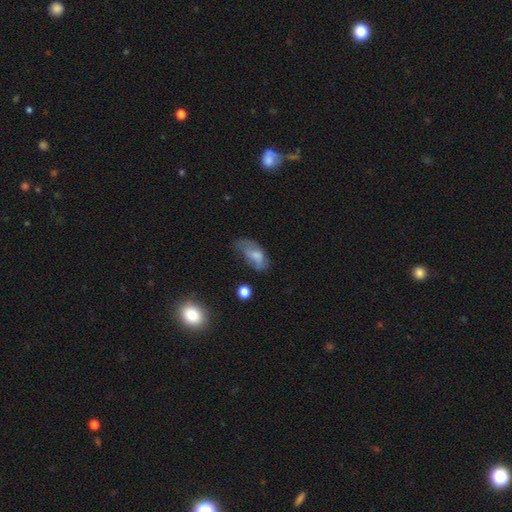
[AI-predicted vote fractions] smooth-or-featured: smooth: 62% | featured or disk: 28% | star or artifact: 9%
  how-rounded: in between: 90% | cigar-shaped: 5% | round: 5%
  merging: minor disturbance: 35% | major disturbance: 32% | none: 29% | merger: 4%